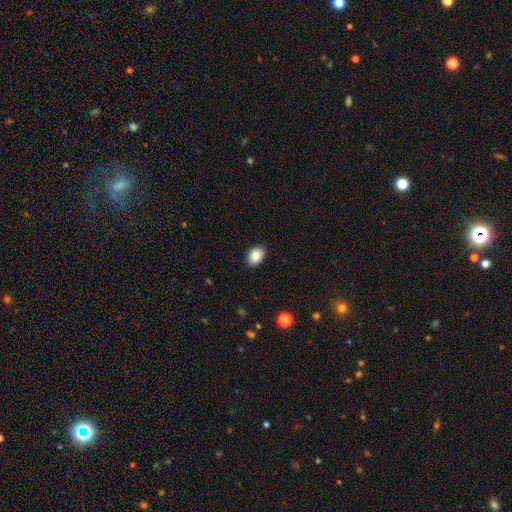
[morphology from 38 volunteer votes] A smooth galaxy with no disk features (95%) that is in between round and cigar-shaped (75%). Merging: none (78%).